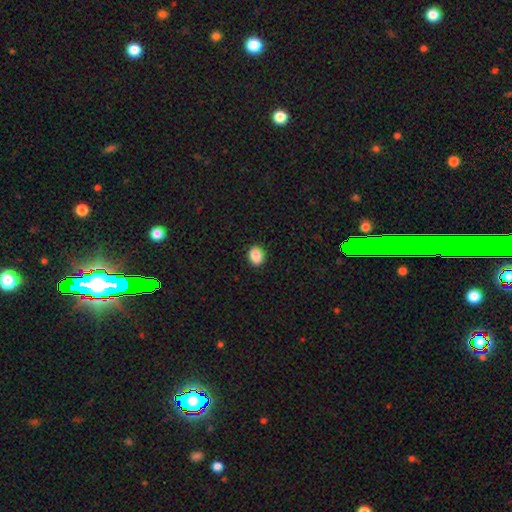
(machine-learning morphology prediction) A smooth galaxy with no disk features (88%) that is round (55%). Merging: none (92%).